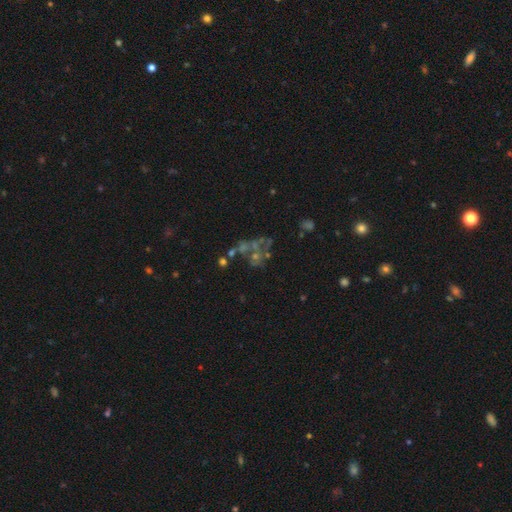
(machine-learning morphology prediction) Smooth or featured: featured or disk — 42% (star or artifact — 37%)
Merging: none — 39% (major disturbance — 25%)